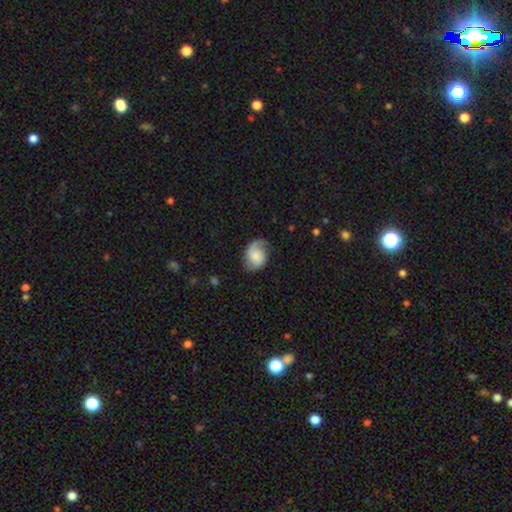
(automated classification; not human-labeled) Q: Smooth or featured?
A: featured or disk (51%); runner-up: smooth (41%)
Q: Edge-on disk?
A: no (97%); runner-up: yes (3%)
Q: Merging?
A: none (60%); runner-up: minor disturbance (26%)